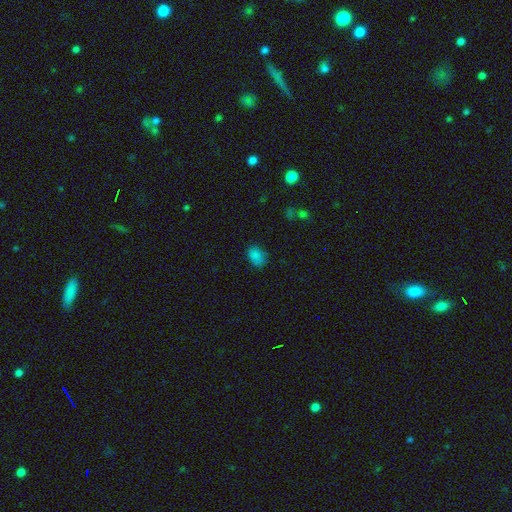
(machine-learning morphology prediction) Smooth or featured?
  - smooth: 81% *
  - star or artifact: 14%
  - featured or disk: 4%
How rounded?
  - in between: 78% *
  - round: 21%
  - cigar-shaped: 1%
Merging?
  - none: 75% *
  - minor disturbance: 19%
  - major disturbance: 4%
  - merger: 2%